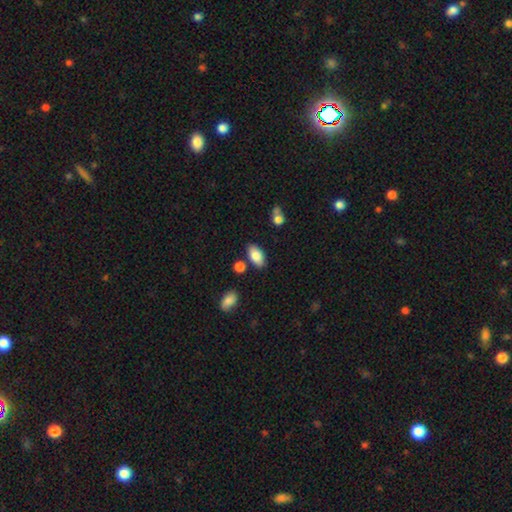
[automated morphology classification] Smooth or featured?
  - smooth: 83% *
  - featured or disk: 9%
  - star or artifact: 7%
How rounded?
  - in between: 93% *
  - cigar-shaped: 4%
  - round: 3%
Merging?
  - none: 81% *
  - minor disturbance: 10%
  - merger: 6%
  - major disturbance: 2%